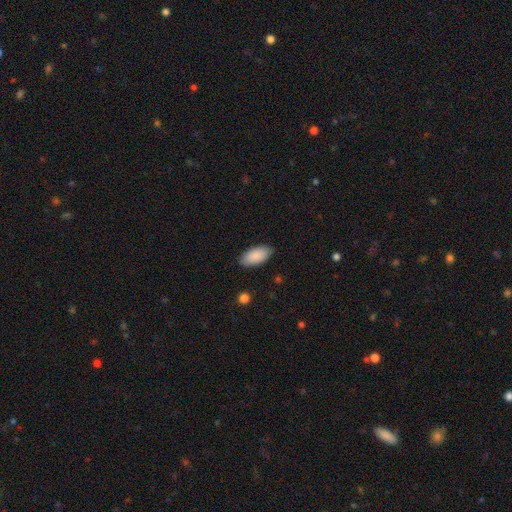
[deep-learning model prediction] smooth 90%, star or artifact 6%, featured or disk 5%. Down the decision tree: how rounded — in between (92%); merging — none (86%).